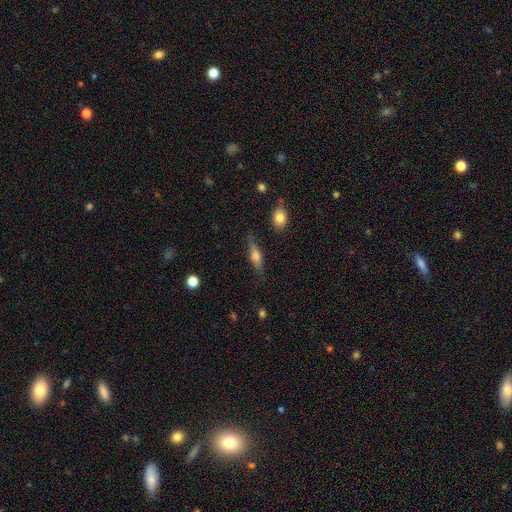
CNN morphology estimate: smooth_or_featured: smooth (p=0.49) [alt: featured or disk p=0.44]
merging: none (p=0.80) [alt: minor disturbance p=0.14]